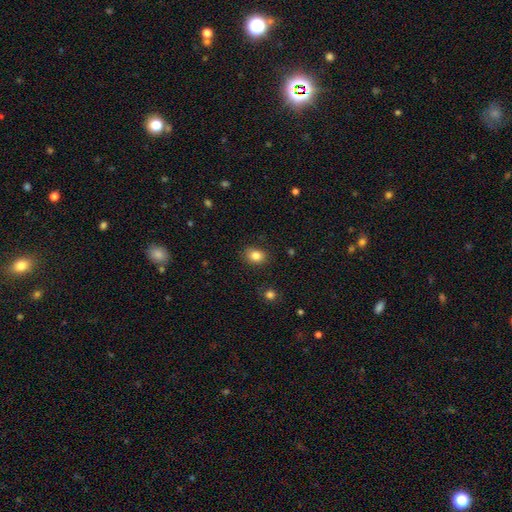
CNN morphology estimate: smooth_or_featured: smooth (p=0.84) [alt: star or artifact p=0.10]
how_rounded: in between (p=0.56) [alt: round p=0.43]
merging: none (p=0.86) [alt: minor disturbance p=0.10]